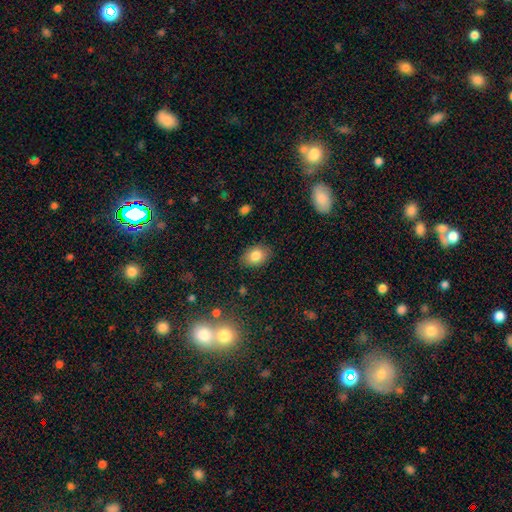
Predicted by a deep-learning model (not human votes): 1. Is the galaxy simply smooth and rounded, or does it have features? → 82% smooth, 9% featured or disk, 9% star or artifact.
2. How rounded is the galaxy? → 77% in between, 22% round, 1% cigar-shaped.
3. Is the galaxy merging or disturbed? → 86% none, 10% minor disturbance, 2% major disturbance, 1% merger.